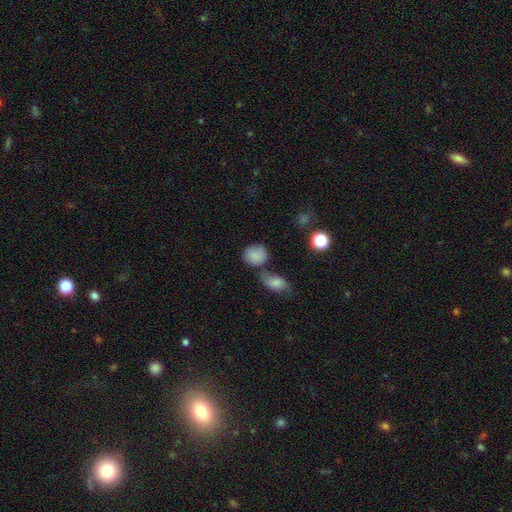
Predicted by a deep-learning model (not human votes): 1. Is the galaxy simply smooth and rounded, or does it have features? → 85% smooth, 9% star or artifact, 7% featured or disk.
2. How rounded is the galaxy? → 71% round, 28% in between, 1% cigar-shaped.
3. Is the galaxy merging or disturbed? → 59% none, 21% merger, 16% minor disturbance, 5% major disturbance.